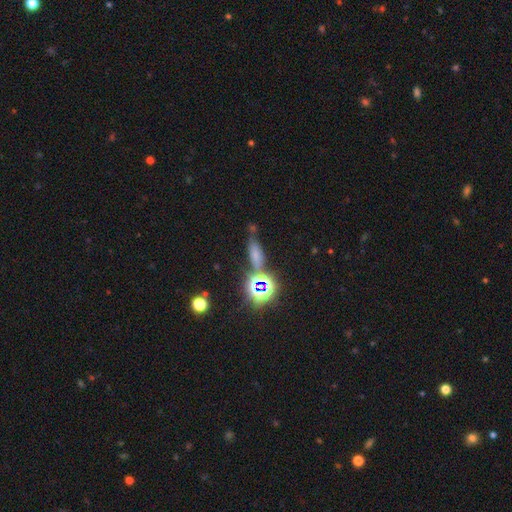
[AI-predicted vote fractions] Smooth or featured?
  - smooth: 55% *
  - star or artifact: 32%
  - featured or disk: 12%
How rounded?
  - in between: 61% *
  - cigar-shaped: 31%
  - round: 8%
Merging?
  - none: 64% *
  - minor disturbance: 17%
  - merger: 12%
  - major disturbance: 7%